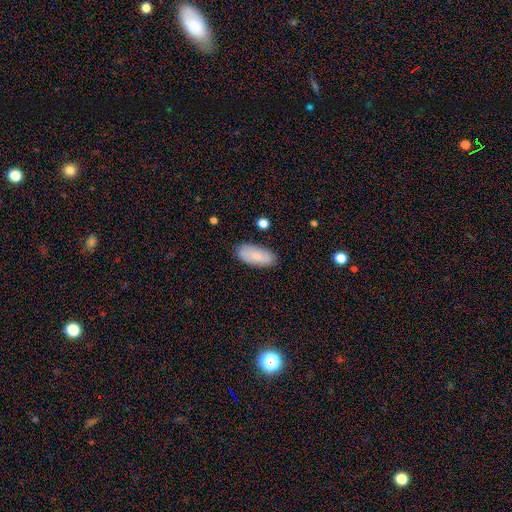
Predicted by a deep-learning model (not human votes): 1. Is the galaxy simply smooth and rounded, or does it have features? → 80% smooth, 13% featured or disk, 7% star or artifact.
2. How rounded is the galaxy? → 87% in between, 11% cigar-shaped, 2% round.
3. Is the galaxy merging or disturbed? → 84% none, 12% minor disturbance, 2% major disturbance, 2% merger.